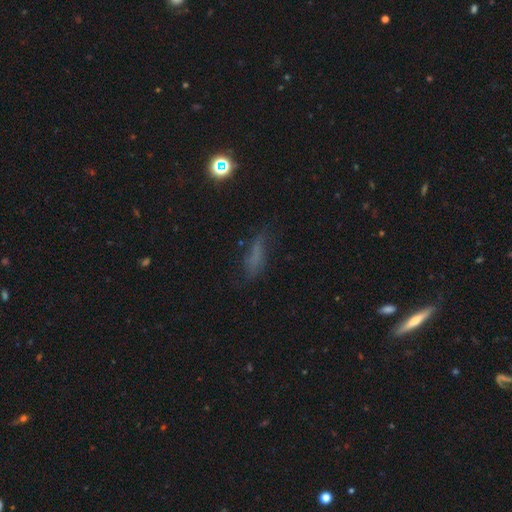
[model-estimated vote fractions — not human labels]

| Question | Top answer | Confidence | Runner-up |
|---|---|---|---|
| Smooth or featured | smooth | 54% | featured or disk (24%) |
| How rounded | in between | 47% | tied: cigar-shaped (47%) |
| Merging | none | 53% | minor disturbance (26%) |